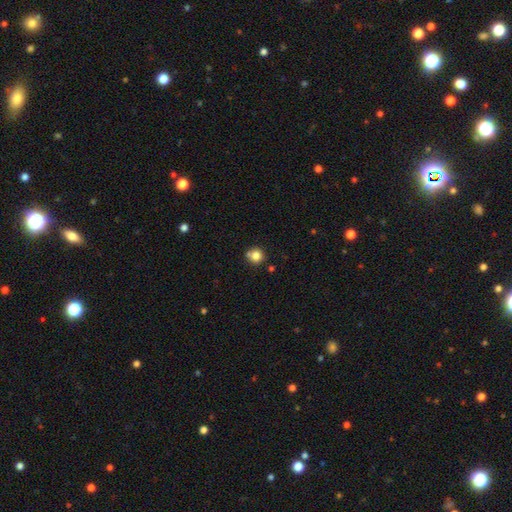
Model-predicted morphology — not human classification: Smooth or featured? Predicted: smooth (p=0.81). How rounded? Predicted: round (p=0.91). Merging? Predicted: none (p=0.70).